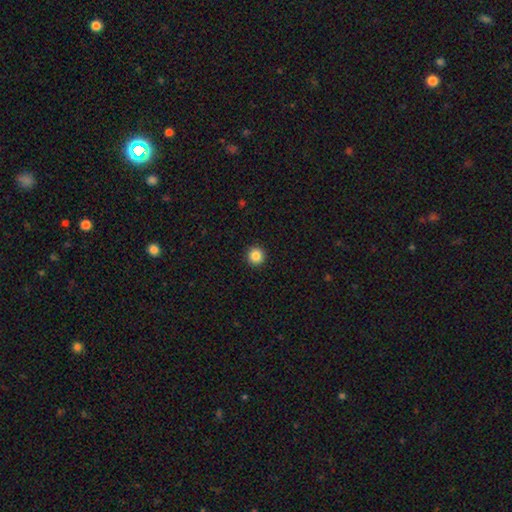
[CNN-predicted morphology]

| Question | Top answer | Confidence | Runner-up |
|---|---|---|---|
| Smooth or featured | smooth | 86% | star or artifact (10%) |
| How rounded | round | 96% | in between (3%) |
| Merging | none | 94% | minor disturbance (4%) |